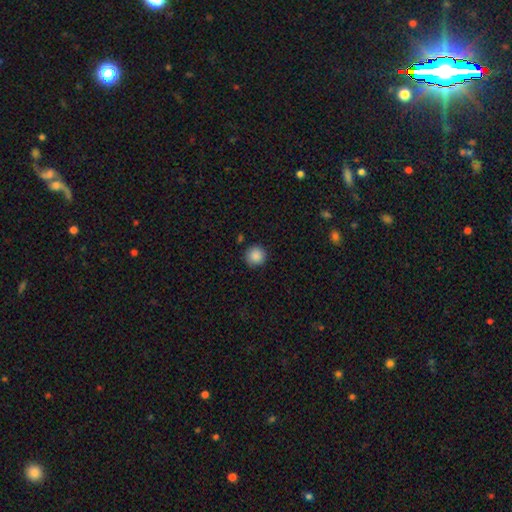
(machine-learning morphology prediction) A smooth galaxy with no disk features (88%) that is round (95%). Merging: none (90%).